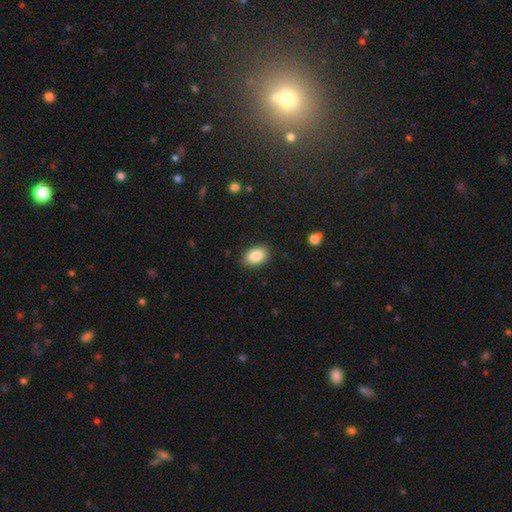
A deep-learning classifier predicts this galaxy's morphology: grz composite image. It shows a smooth galaxy with no disk features (87%) that is in between round and cigar-shaped (87%). Merging: none (88%).